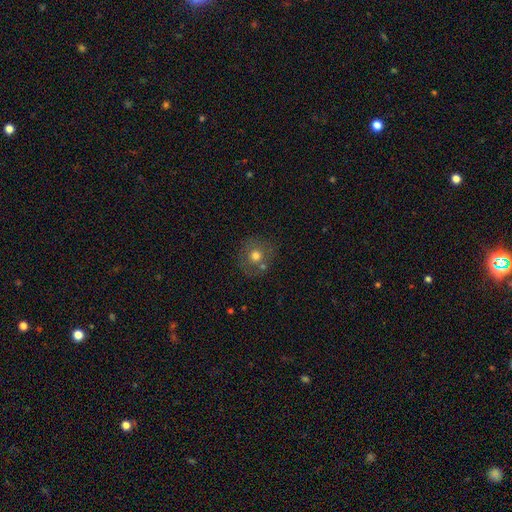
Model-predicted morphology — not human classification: Overall: smooth (65%). How rounded: round (88%). Merging: none (73%).